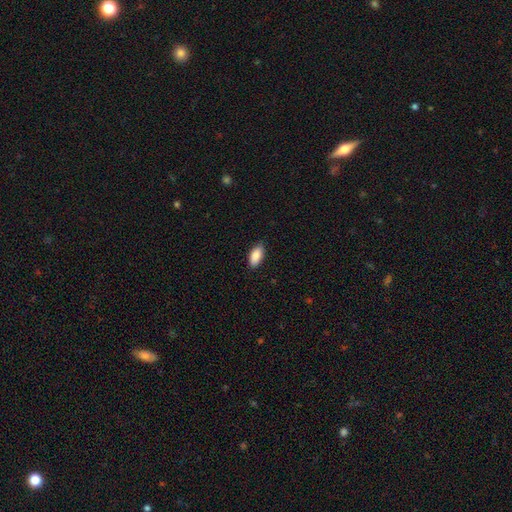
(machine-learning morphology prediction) smooth 88%, star or artifact 6%, featured or disk 6%. Down the decision tree: how rounded — in between (91%); merging — none (83%).